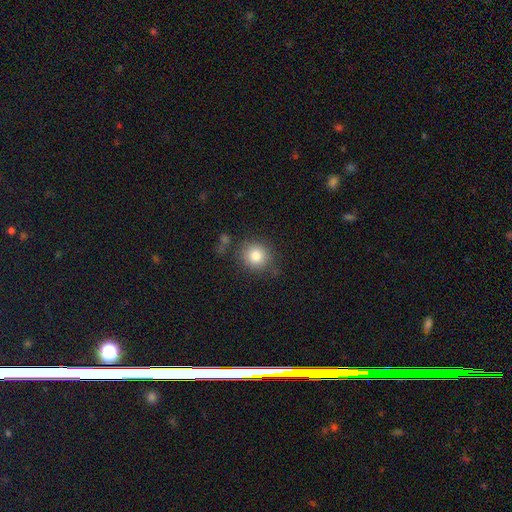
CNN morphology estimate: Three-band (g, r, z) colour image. It shows a smooth galaxy with no disk features (82%) that is round (88%). Merging: none (78%).